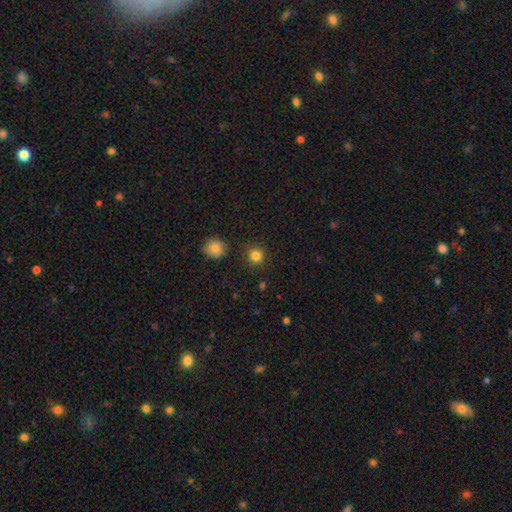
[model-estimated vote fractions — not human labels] Smooth or featured? smooth (84%)
How rounded? round (93%)
Merging? none (89%)